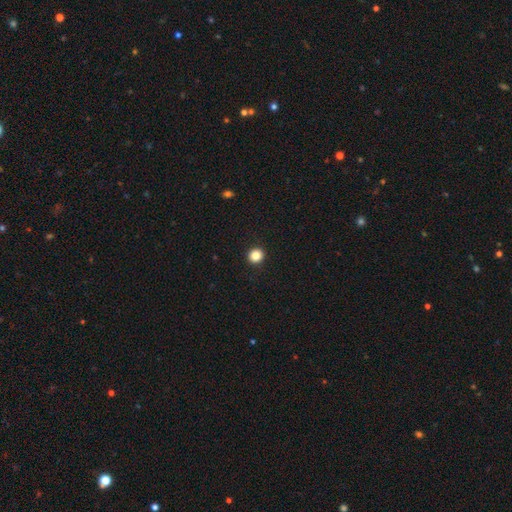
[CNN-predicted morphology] This appears to be a smooth galaxy with no disk features (85%) that is round (92%). Merging: none (94%).